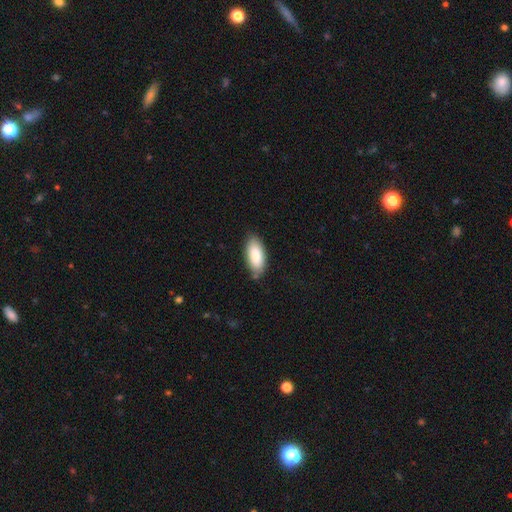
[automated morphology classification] This is clearly a smooth galaxy (85%). How rounded: clearly in between (88%). Merging: likely none (79%).